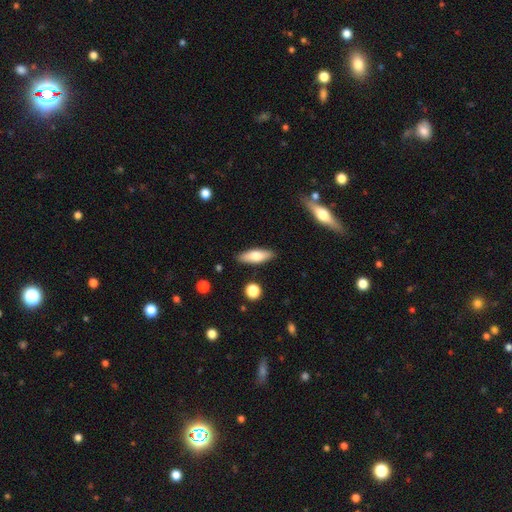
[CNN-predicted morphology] Smooth or featured?
  - smooth: 70% *
  - featured or disk: 24%
  - star or artifact: 6%
How rounded?
  - in between: 62% *
  - cigar-shaped: 36%
  - round: 2%
Merging?
  - none: 87% *
  - minor disturbance: 10%
  - major disturbance: 2%
  - merger: 2%